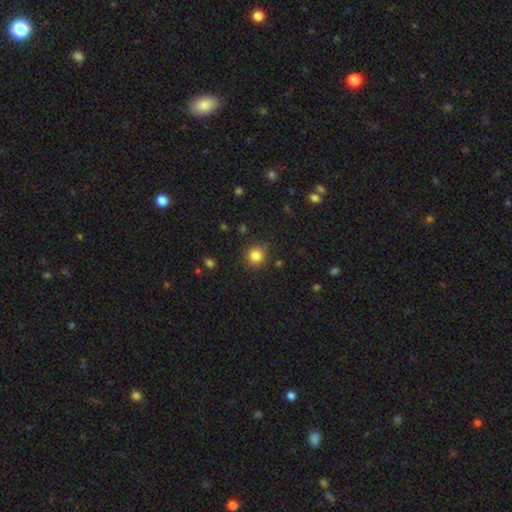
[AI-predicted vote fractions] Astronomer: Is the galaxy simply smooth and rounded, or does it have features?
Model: smooth — 84%.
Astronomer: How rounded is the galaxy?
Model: round — 91%.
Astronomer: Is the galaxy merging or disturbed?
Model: none — 86%.